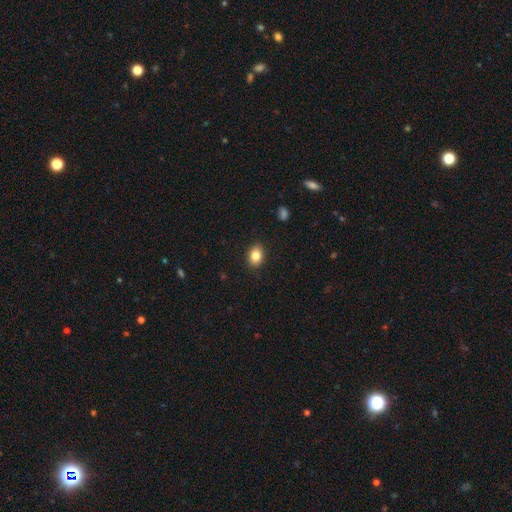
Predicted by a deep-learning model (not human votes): Smooth or featured?
  - smooth: 84% *
  - star or artifact: 9%
  - featured or disk: 7%
How rounded?
  - in between: 72% *
  - round: 27%
  - cigar-shaped: 1%
Merging?
  - none: 89% *
  - minor disturbance: 8%
  - major disturbance: 2%
  - merger: 1%